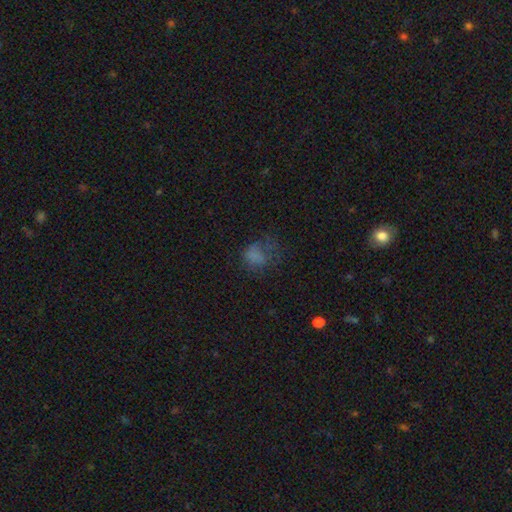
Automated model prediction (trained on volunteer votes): A smooth galaxy with no disk features (64%) that is round (54%).

Vote fractions:
- Smooth or featured? smooth: 64% / star or artifact: 20% / featured or disk: 17%
- How rounded? round: 54% / in between: 45% / cigar-shaped: 1%
- Merging? none: 40% / major disturbance: 35% / minor disturbance: 22% / merger: 2%